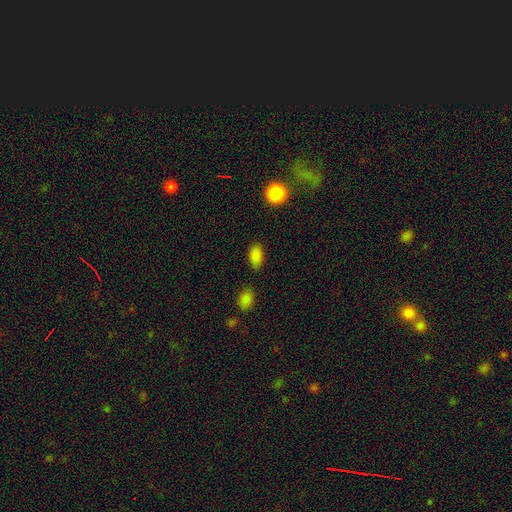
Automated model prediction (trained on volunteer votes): Overall: smooth (85%). How rounded: in between (91%). Merging: none (82%).